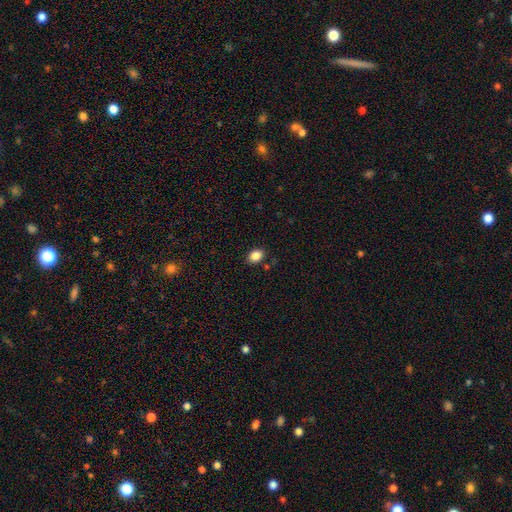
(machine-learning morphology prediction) Q: Smooth or featured?
A: smooth (87%); runner-up: star or artifact (9%)
Q: How rounded?
A: in between (71%); runner-up: round (28%)
Q: Merging?
A: none (86%); runner-up: minor disturbance (9%)